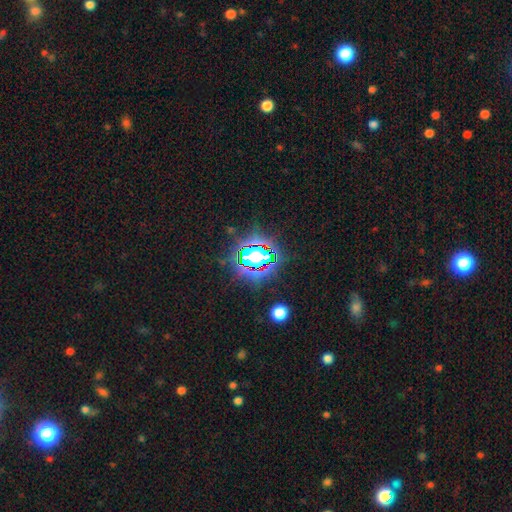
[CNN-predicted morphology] The model was most divided on "smooth or featured": star or artifact: 72%, smooth: 16%, featured or disk: 11%.